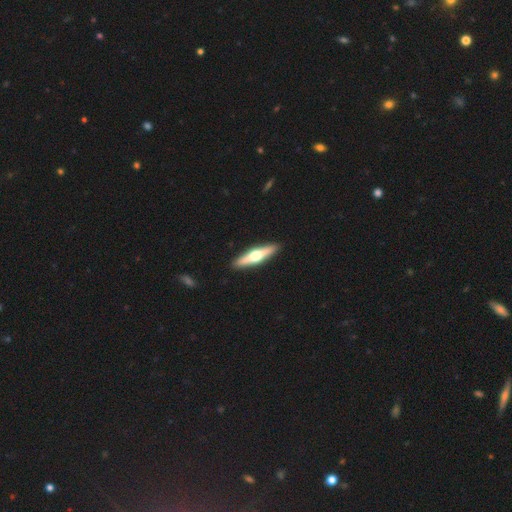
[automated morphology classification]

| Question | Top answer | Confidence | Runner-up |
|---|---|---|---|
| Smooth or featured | featured or disk | 65% | smooth (31%) |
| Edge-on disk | yes | 96% | no (4%) |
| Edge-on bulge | rounded | 95% | boxy (3%) |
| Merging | none | 92% | minor disturbance (6%) |